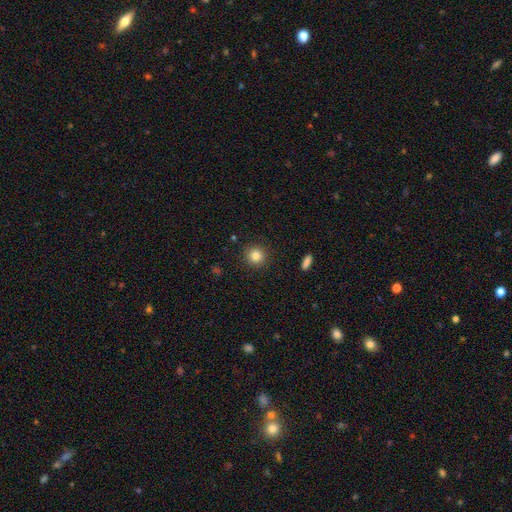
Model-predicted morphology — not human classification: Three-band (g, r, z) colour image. It shows a smooth galaxy with no disk features (83%) that is round (93%). Merging: none (91%).